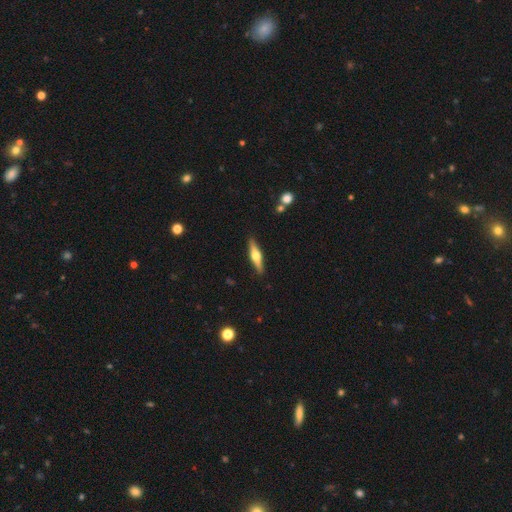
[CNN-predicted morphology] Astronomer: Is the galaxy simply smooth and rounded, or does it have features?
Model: featured or disk — 67%.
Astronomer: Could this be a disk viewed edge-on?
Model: yes — 97%.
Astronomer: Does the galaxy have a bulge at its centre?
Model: rounded — 95%.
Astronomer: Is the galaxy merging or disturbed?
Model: none — 90%.